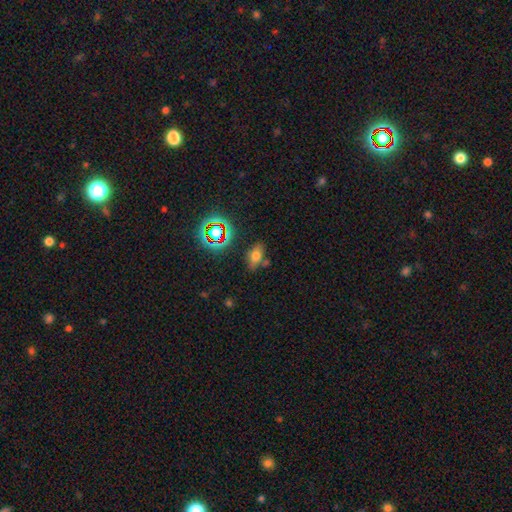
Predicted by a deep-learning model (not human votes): Morphology: type=smooth (65%); roundness=in between (84%); merging=none (70%).